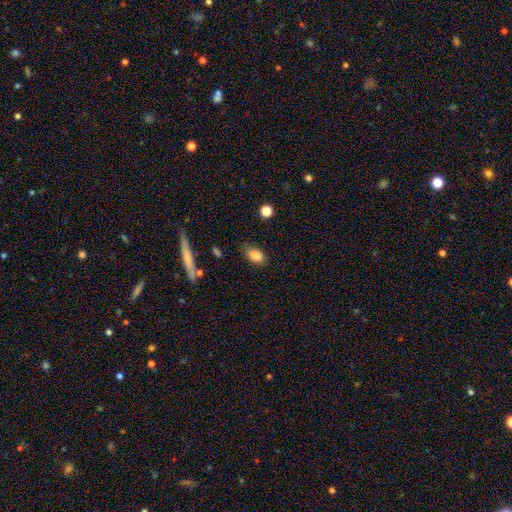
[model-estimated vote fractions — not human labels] smooth 85%, star or artifact 8%, featured or disk 6%. Down the decision tree: how rounded — in between (85%); merging — none (72%).